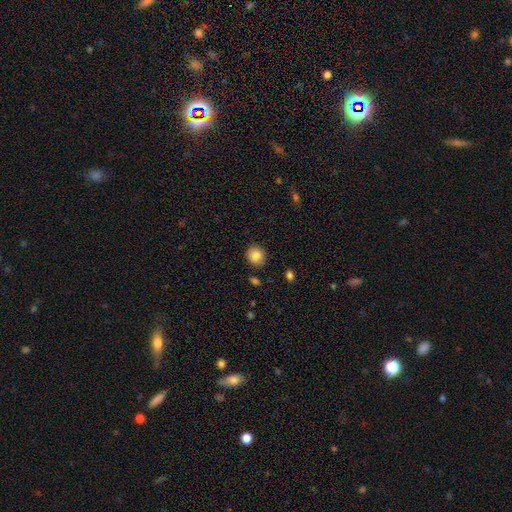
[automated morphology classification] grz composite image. It shows a smooth galaxy with no disk features (86%) that is round (82%). Merging: none (88%).